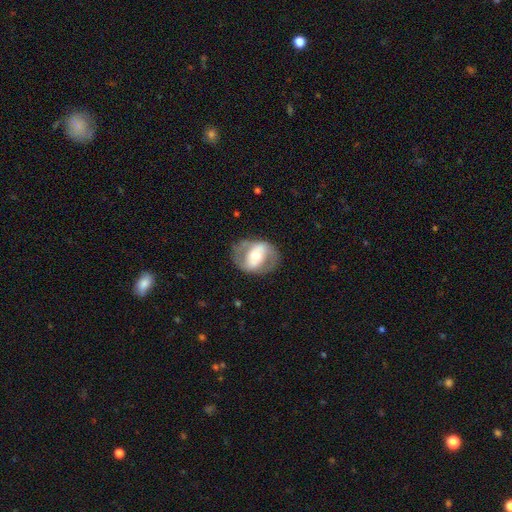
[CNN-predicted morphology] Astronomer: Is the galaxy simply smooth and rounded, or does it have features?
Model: featured or disk — 63%.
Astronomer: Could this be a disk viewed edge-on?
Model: no — 93%.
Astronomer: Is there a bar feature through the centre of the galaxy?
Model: strong — 39% (runner-up: no, 31%).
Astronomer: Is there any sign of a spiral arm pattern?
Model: no — 56% (runner-up: yes, 44%).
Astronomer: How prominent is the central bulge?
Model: moderate — 66%.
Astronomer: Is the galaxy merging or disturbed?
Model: none — 74%.